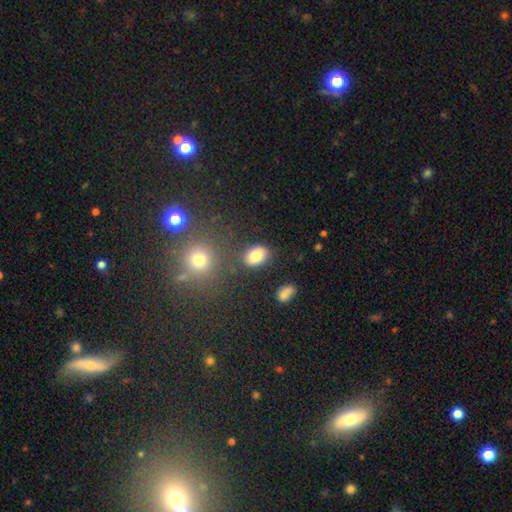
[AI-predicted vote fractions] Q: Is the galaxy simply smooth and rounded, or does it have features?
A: smooth — 81%.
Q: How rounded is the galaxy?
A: in between — 74%.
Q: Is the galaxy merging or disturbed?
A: none — 80%.